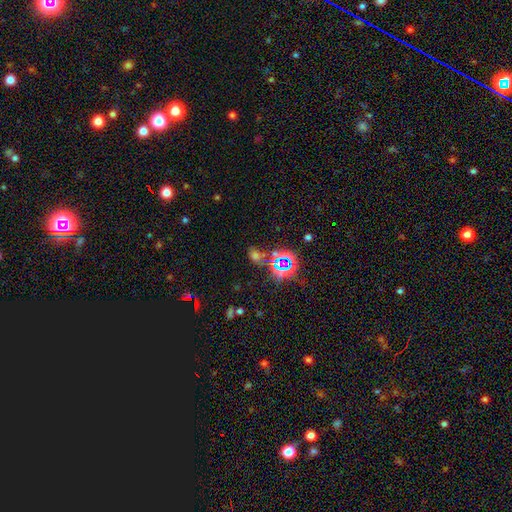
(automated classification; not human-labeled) smooth_or_featured: star or artifact (p=0.51) [alt: smooth p=0.40]